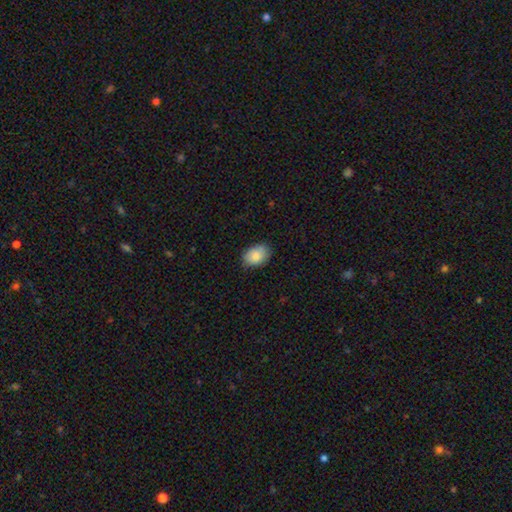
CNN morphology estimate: A smooth galaxy with no disk features (86%) that is in between round and cigar-shaped (81%). Merging: none (78%).